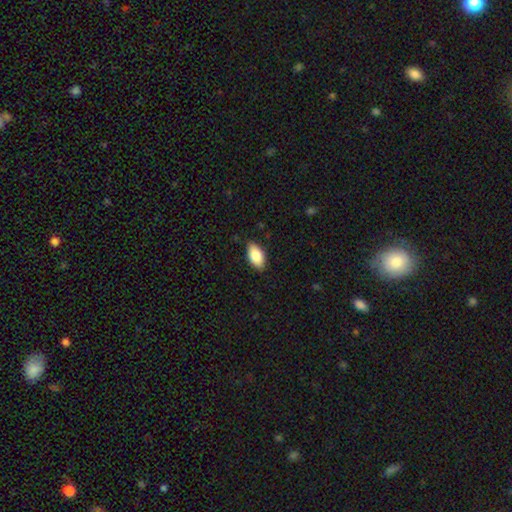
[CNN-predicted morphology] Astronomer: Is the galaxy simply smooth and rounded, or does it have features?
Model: smooth — 83%.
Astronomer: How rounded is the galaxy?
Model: in between — 93%.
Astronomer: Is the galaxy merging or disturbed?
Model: none — 85%.